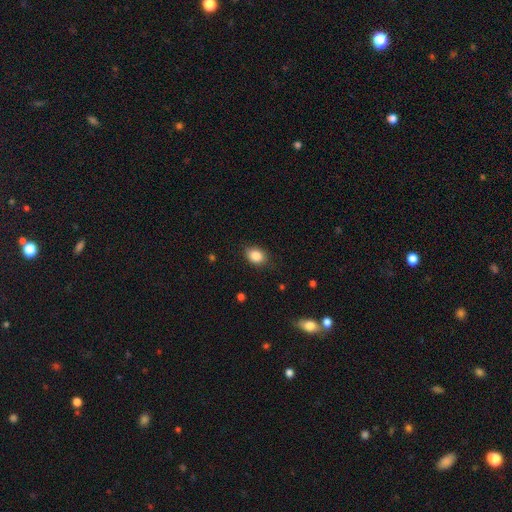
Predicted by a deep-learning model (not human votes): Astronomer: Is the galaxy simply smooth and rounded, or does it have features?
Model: smooth — 86%.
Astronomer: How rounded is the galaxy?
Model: in between — 66%.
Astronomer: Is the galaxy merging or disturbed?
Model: none — 83%.